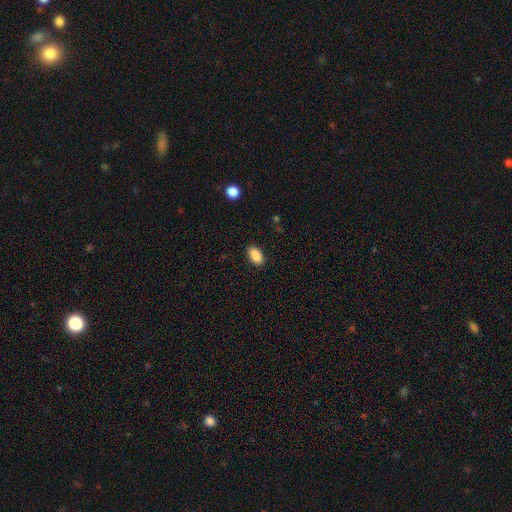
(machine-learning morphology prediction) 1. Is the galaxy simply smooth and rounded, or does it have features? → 89% smooth, 8% star or artifact, 3% featured or disk.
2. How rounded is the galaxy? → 92% in between, 5% round, 3% cigar-shaped.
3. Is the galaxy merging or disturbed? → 87% none, 9% minor disturbance, 2% major disturbance, 1% merger.